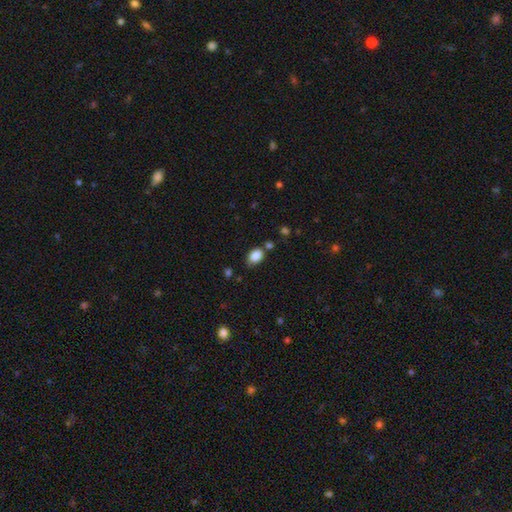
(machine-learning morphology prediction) smooth 87%, star or artifact 9%, featured or disk 5%. Down the decision tree: how rounded — in between (86%); merging — none (69%).